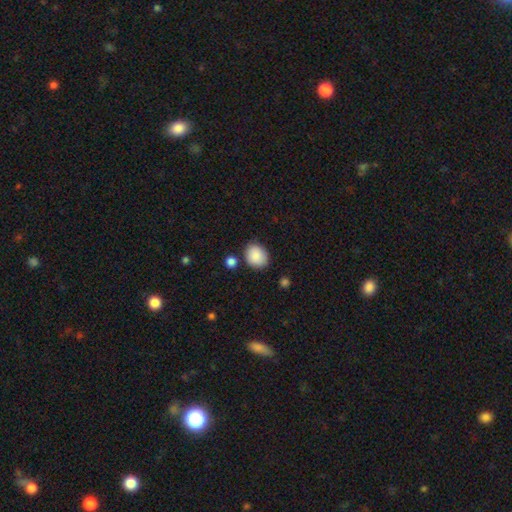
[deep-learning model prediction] Overall: smooth (88%). How rounded: round (53%; in between 47%). Merging: none (78%).